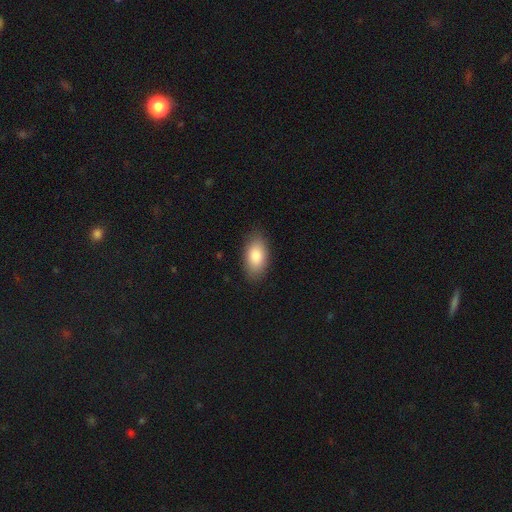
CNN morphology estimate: The model was most divided on "smooth or featured": smooth: 85%, featured or disk: 9%, star or artifact: 6%. More confident: how rounded — in between (94%); merging — none (87%).